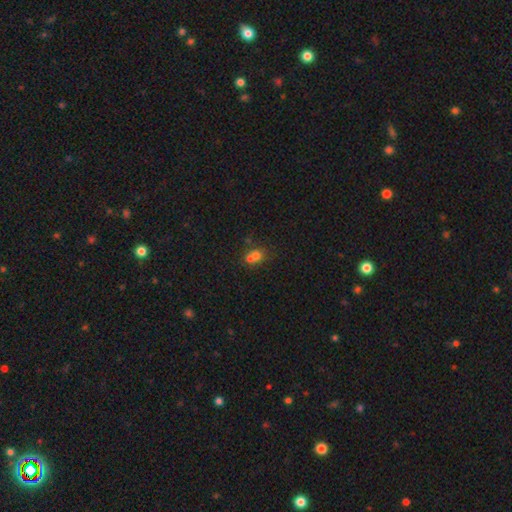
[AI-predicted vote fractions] A smooth galaxy with no disk features (64%) that is round (74%). Merging: merger (60%).